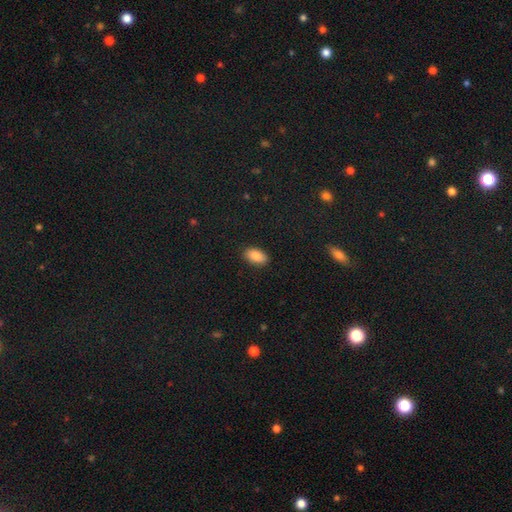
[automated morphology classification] smooth-or-featured: smooth: 86% | star or artifact: 8% | featured or disk: 7%
  how-rounded: in between: 93% | round: 5% | cigar-shaped: 3%
  merging: none: 89% | minor disturbance: 8% | major disturbance: 2% | merger: 1%